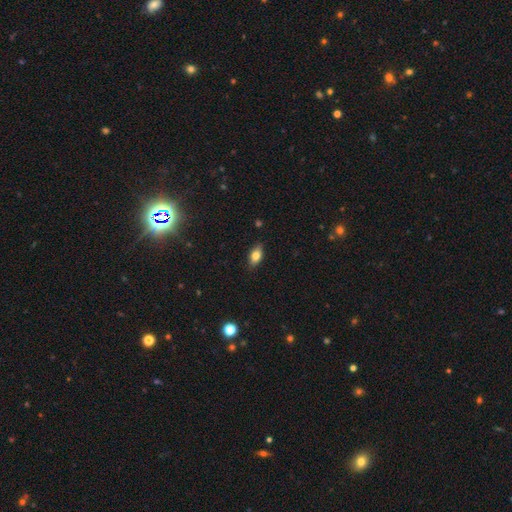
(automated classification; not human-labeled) This is likely a smooth galaxy (74%). How rounded: clearly in between (86%). Merging: clearly none (86%).